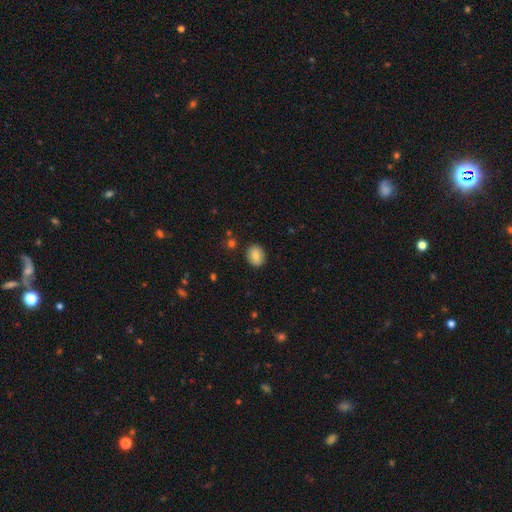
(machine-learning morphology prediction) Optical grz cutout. It shows a smooth galaxy with no disk features (80%) that is in between round and cigar-shaped (51%). Merging: none (87%).